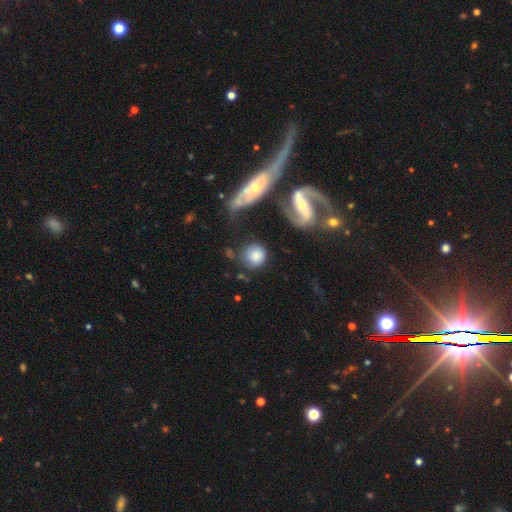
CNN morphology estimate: This is likely a smooth galaxy (73%). How rounded: clearly round (85%). Merging: possibly none (57%).